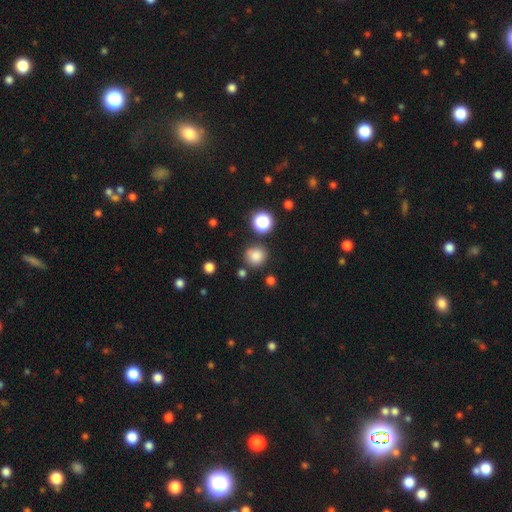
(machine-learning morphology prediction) This appears to be a smooth galaxy with no disk features (81%) that is round (89%). Merging: none (79%).